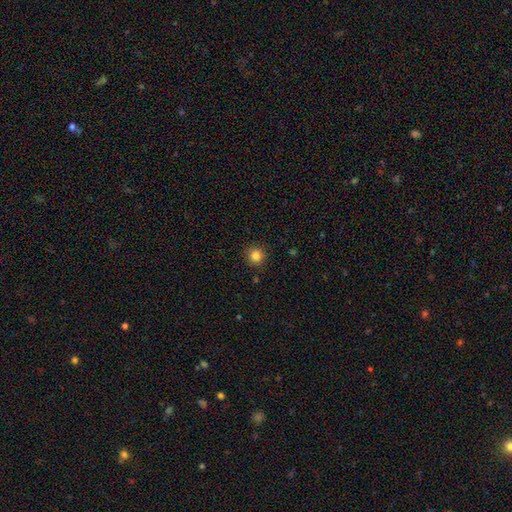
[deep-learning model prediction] Smooth or featured? smooth (84%)
How rounded? round (93%)
Merging? none (90%)